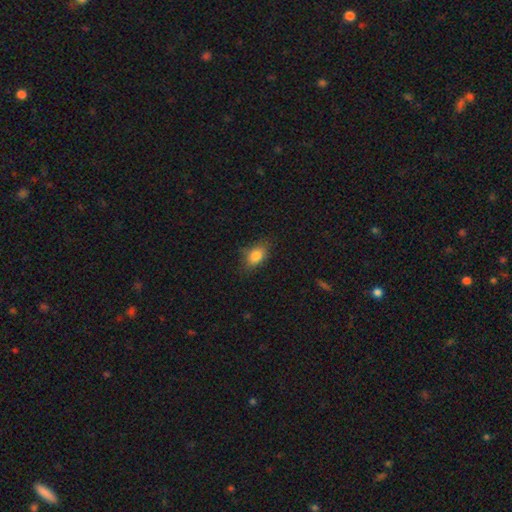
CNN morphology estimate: smooth_or_featured: smooth (p=0.82) [alt: star or artifact p=0.09]
how_rounded: in between (p=0.81) [alt: round p=0.16]
merging: none (p=0.72) [alt: minor disturbance p=0.21]